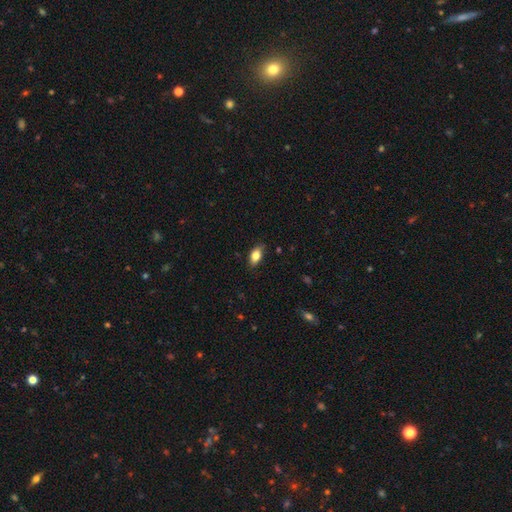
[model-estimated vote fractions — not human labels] Smooth or featured? smooth (82%)
How rounded? in between (89%)
Merging? none (82%)